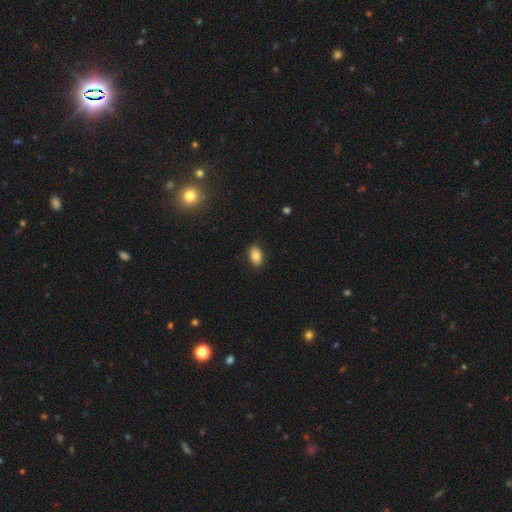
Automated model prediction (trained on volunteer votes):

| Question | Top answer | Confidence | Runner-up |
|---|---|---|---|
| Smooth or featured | smooth | 83% | star or artifact (9%) |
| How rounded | in between | 89% | round (9%) |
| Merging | none | 87% | minor disturbance (9%) |